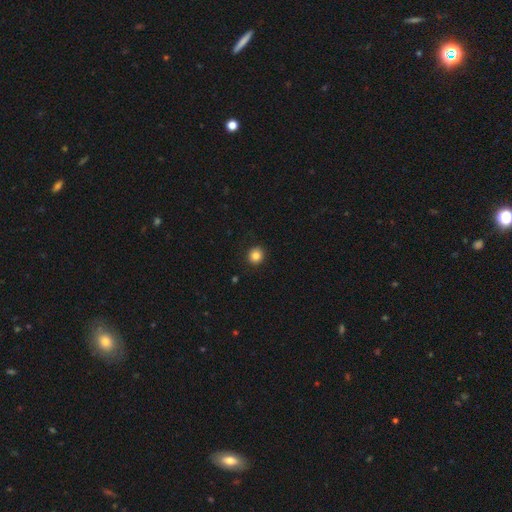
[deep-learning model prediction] Morphology: type=smooth (85%); roundness=round (90%); merging=none (92%).